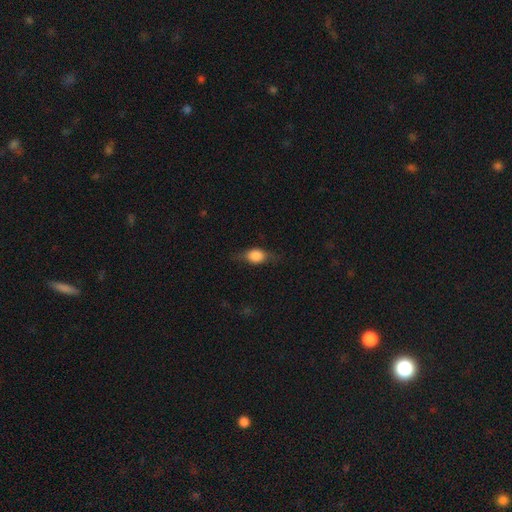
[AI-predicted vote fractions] Smooth or featured? smooth (68%)
How rounded? in between (65%)
Merging? none (69%)